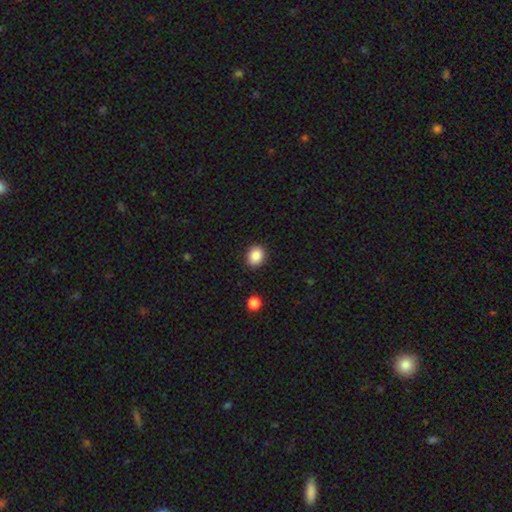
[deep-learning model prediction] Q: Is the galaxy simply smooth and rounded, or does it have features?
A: smooth — 87%.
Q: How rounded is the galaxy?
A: round — 59%.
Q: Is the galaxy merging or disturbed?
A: none — 89%.